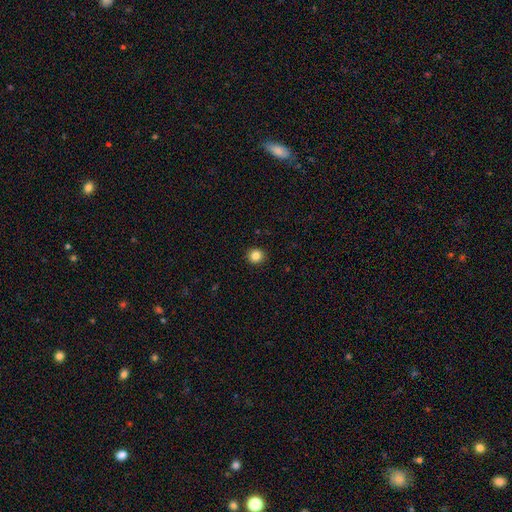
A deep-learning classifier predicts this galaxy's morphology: smooth 84%, star or artifact 11%, featured or disk 5%. Down the decision tree: how rounded — round (92%); merging — none (93%).